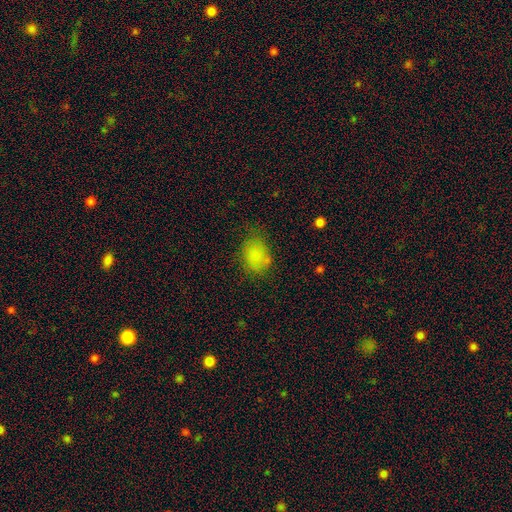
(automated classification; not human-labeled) A smooth galaxy with no disk features (83%) that is in between round and cigar-shaped (61%).

Vote fractions:
- Smooth or featured? smooth: 83% / star or artifact: 10% / featured or disk: 7%
- How rounded? in between: 61% / round: 38% / cigar-shaped: 1%
- Merging? none: 62% / minor disturbance: 26% / major disturbance: 8% / merger: 4%